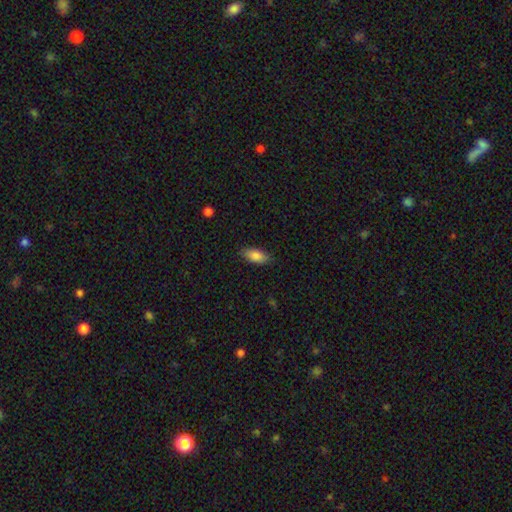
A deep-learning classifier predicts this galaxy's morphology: A smooth galaxy with no disk features (86%) that is in between round and cigar-shaped (85%). Merging: none (85%).